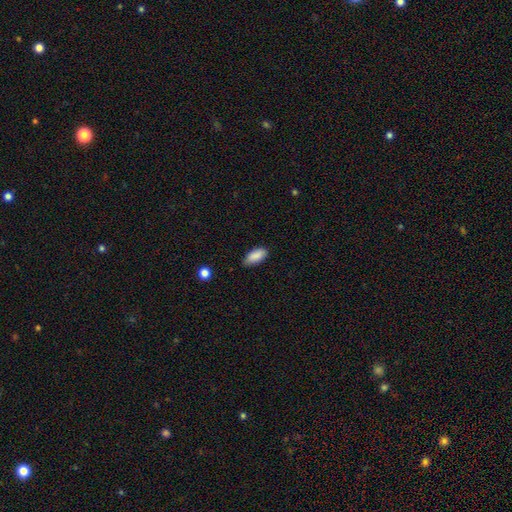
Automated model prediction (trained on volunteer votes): Morphology: type=smooth (88%); roundness=in between (90%); merging=none (70%).